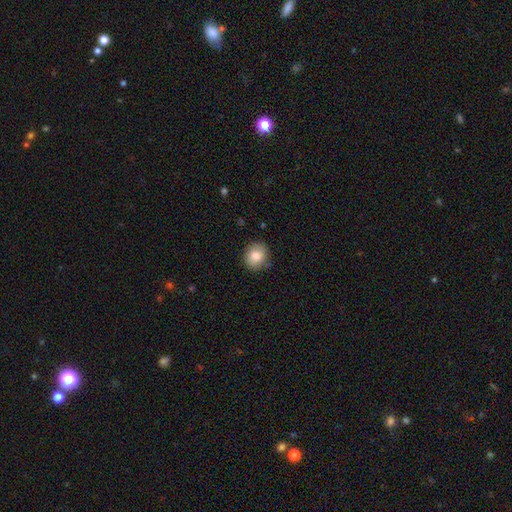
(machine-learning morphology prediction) Smooth or featured?
  - smooth: 83% *
  - featured or disk: 9%
  - star or artifact: 8%
How rounded?
  - round: 73% *
  - in between: 26%
  - cigar-shaped: 1%
Merging?
  - none: 83% *
  - minor disturbance: 13%
  - major disturbance: 3%
  - merger: 1%